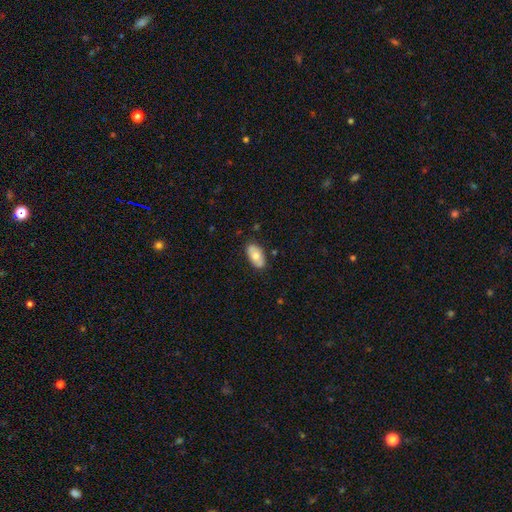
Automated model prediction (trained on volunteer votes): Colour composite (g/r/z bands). It shows a smooth galaxy with no disk features (68%) that is in between round and cigar-shaped (93%). Merging: none (83%).